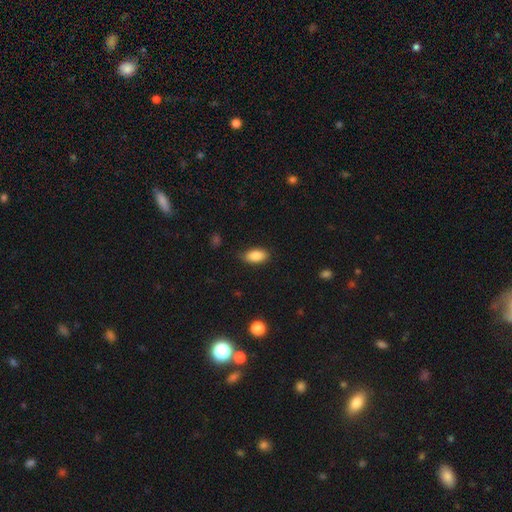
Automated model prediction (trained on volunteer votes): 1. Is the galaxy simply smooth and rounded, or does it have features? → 87% smooth, 7% star or artifact, 6% featured or disk.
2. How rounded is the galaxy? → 92% in between, 5% cigar-shaped, 4% round.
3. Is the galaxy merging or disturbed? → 79% none, 16% minor disturbance, 3% major disturbance, 1% merger.